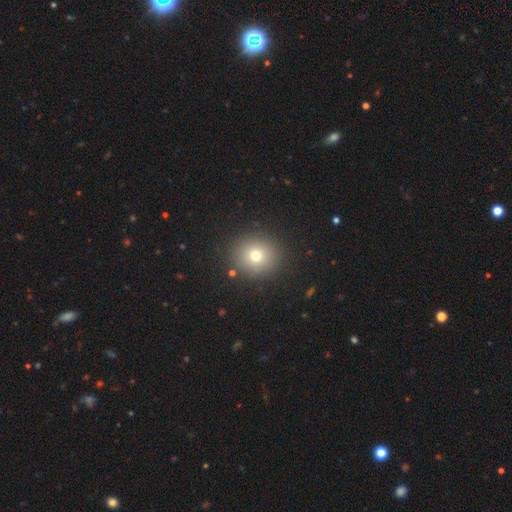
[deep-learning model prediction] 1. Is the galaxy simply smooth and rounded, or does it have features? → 72% smooth, 17% star or artifact, 11% featured or disk.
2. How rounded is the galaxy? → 87% round, 12% in between, 1% cigar-shaped.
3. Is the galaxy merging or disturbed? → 89% none, 7% minor disturbance, 3% major disturbance, 2% merger.